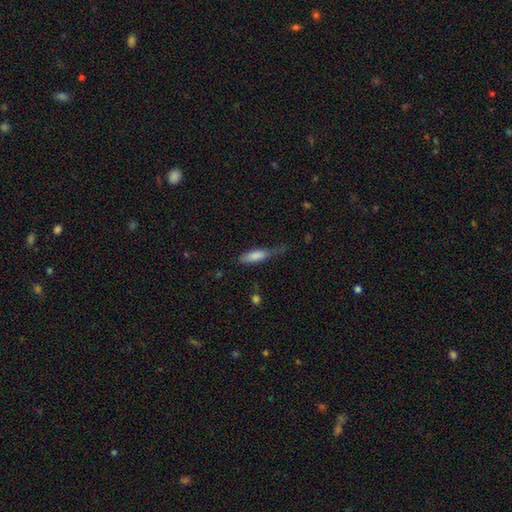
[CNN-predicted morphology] This appears to be a smooth galaxy with no disk features (79%) that is cigar-shaped (51%). Merging: minor disturbance (39%).